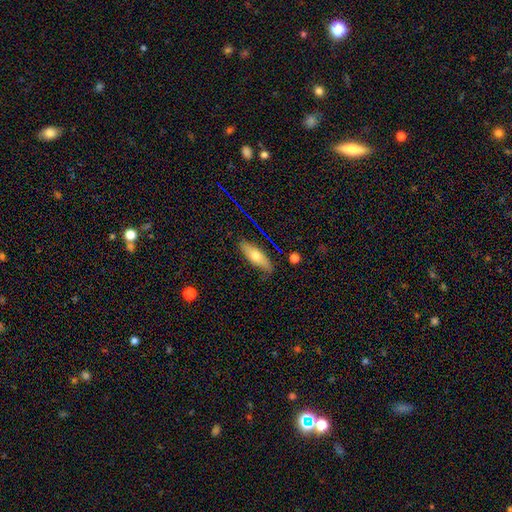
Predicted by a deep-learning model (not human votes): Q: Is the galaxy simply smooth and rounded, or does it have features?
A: smooth — 62%.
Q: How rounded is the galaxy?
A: in between — 61%.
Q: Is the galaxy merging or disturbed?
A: none — 77%.